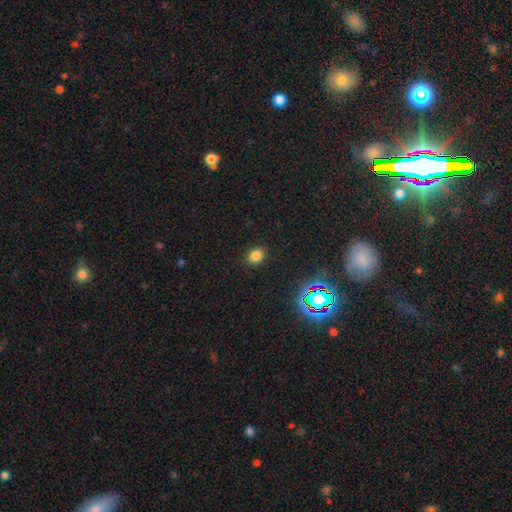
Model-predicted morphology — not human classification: A smooth galaxy with no disk features (78%) that is round (59%). Merging: none (88%).